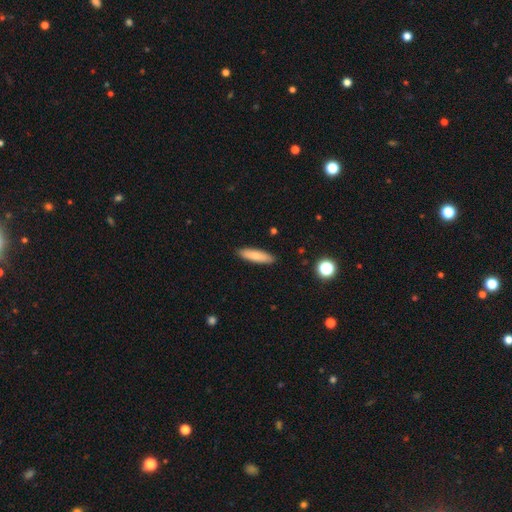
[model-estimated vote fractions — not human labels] Smooth or featured?
  - smooth: 80% *
  - featured or disk: 13%
  - star or artifact: 6%
How rounded?
  - cigar-shaped: 71% *
  - in between: 28%
  - round: 2%
Merging?
  - none: 90% *
  - minor disturbance: 7%
  - major disturbance: 2%
  - merger: 1%